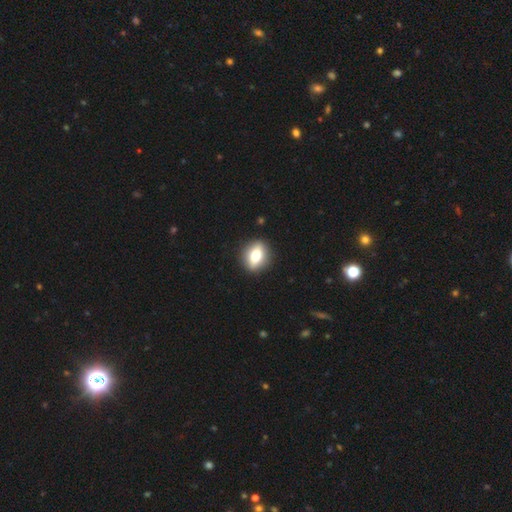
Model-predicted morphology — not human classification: A smooth galaxy with no disk features (65%) that is in between round and cigar-shaped (49%). Merging: none (89%).